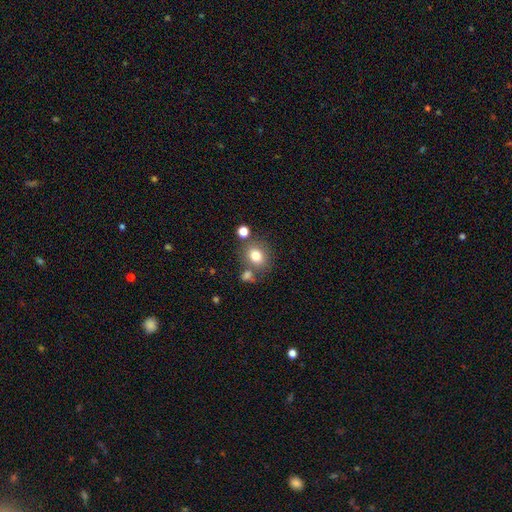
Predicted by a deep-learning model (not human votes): This appears to be a smooth galaxy with no disk features (78%) that is round (62%). Merging: none (65%).